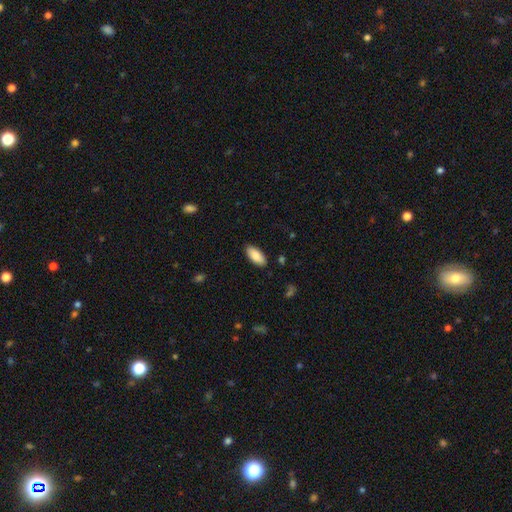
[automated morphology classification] A smooth galaxy with no disk features (86%) that is in between round and cigar-shaped (89%). Merging: none (87%).